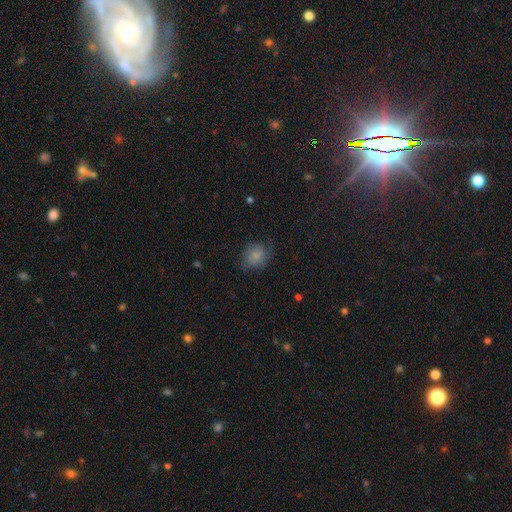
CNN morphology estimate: The model was most divided on "how rounded": round: 66%, in between: 33%, cigar-shaped: 1%. More confident: smooth or featured — smooth (79%); merging — none (70%).